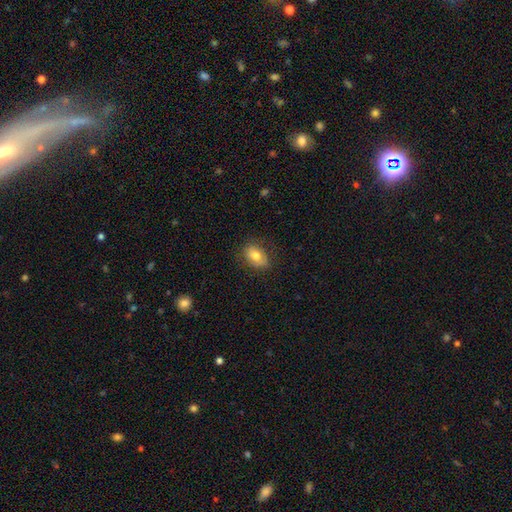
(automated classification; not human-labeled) smooth 75%, featured or disk 17%, star or artifact 8%. Down the decision tree: how rounded — in between (81%); merging — none (79%).